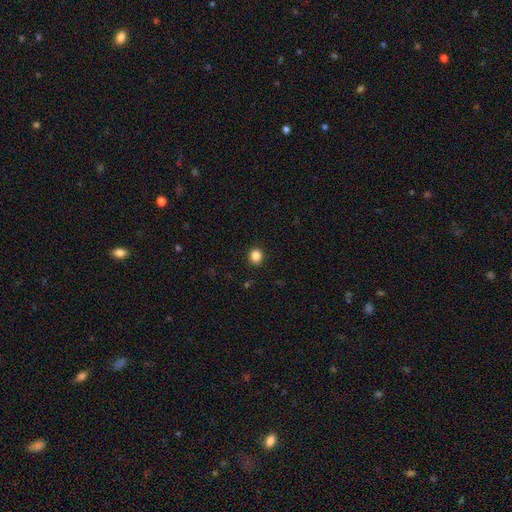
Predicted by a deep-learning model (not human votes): smooth 86%, star or artifact 11%, featured or disk 3%. Down the decision tree: how rounded — round (89%); merging — none (91%).